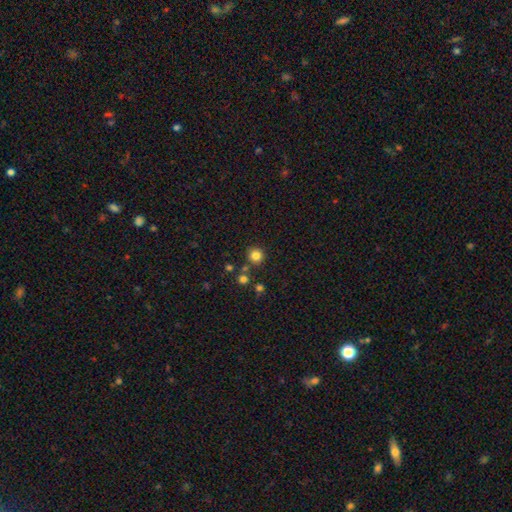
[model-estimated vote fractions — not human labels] smooth 82%, star or artifact 13%, featured or disk 5%. Down the decision tree: how rounded — round (94%); merging — none (84%).